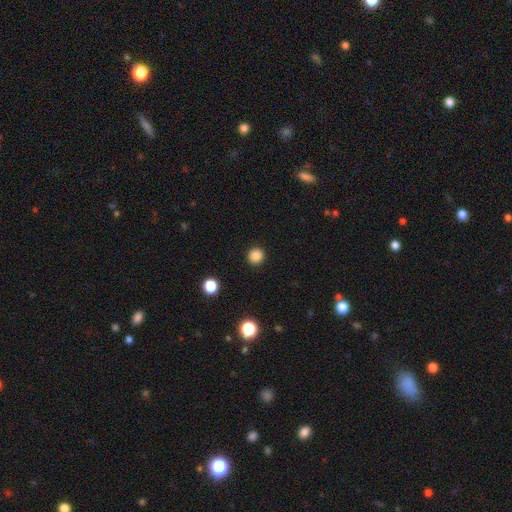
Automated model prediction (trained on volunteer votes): Overall: smooth (85%). How rounded: round (93%). Merging: none (92%).